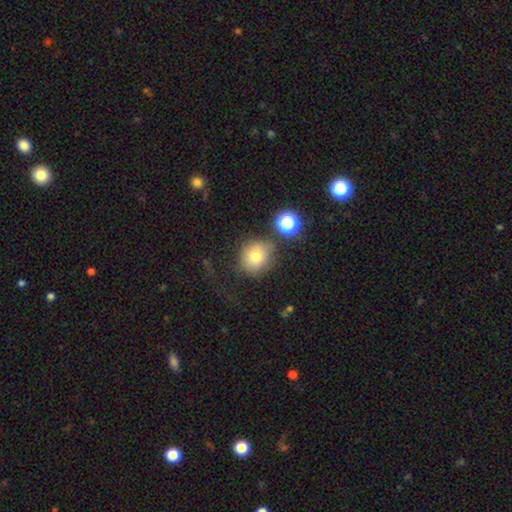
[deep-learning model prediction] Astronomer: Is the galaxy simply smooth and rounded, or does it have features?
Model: smooth — 74%.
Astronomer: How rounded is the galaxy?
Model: round — 82%.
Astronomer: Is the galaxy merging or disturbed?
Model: none — 67%.